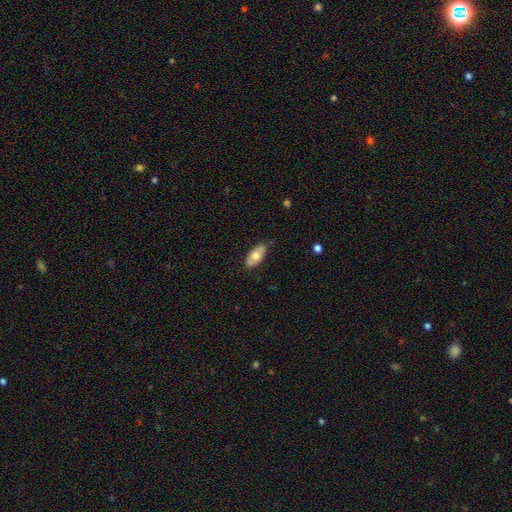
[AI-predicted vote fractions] Smooth or featured: smooth — 67% (featured or disk — 27%)
How rounded: in between — 90% (cigar-shaped — 7%)
Merging: none — 84% (minor disturbance — 13%)